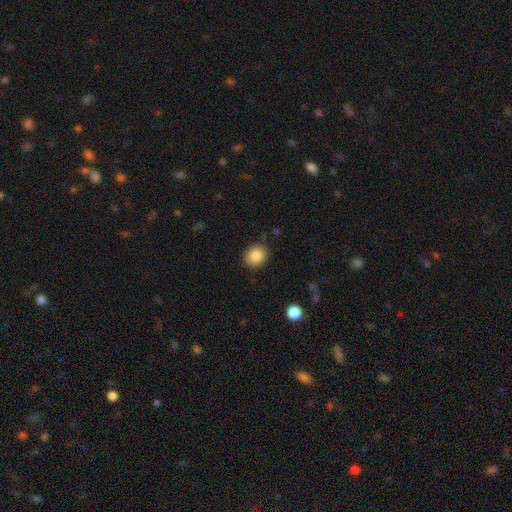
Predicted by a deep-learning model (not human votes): This is clearly a smooth galaxy (85%). How rounded: likely round (72%). Merging: clearly none (88%).